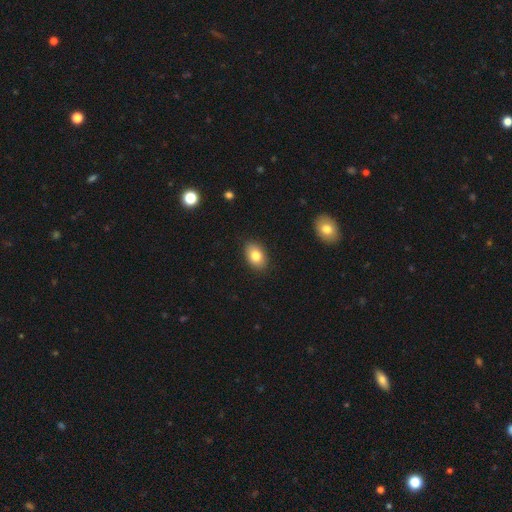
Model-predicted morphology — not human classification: smooth 81%, featured or disk 11%, star or artifact 8%. Down the decision tree: how rounded — in between (86%); merging — none (88%).